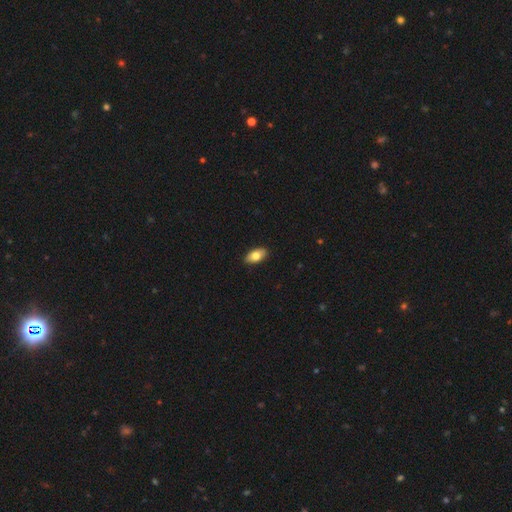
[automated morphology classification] type=smooth (79%); roundness=in between (93%); merging=none (89%).